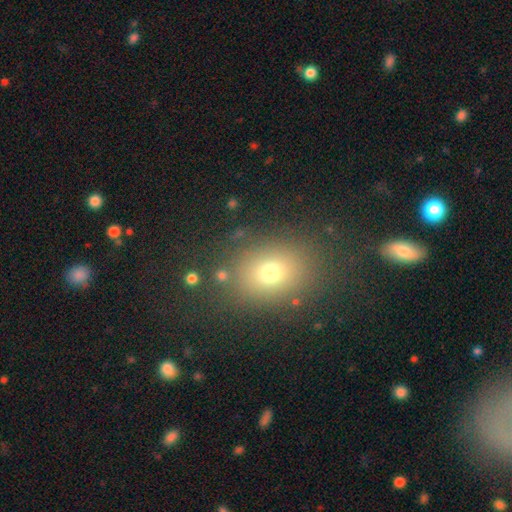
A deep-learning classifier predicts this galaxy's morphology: Smooth or featured: smooth — 65% (star or artifact — 24%)
How rounded: in between — 51% (round — 48%)
Merging: none — 83% (minor disturbance — 9%)